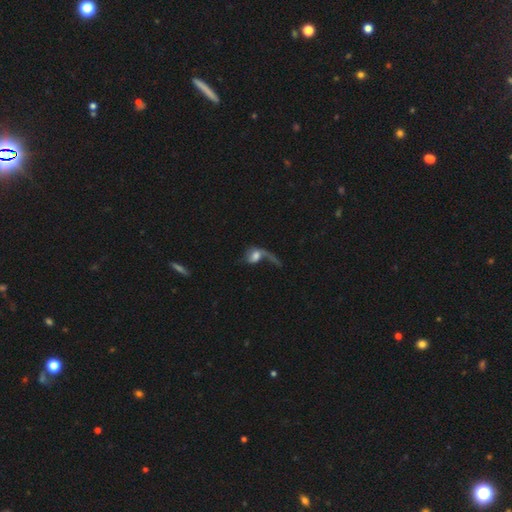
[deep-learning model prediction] Q: Smooth or featured?
A: featured or disk (46%); runner-up: smooth (44%)
Q: Merging?
A: major disturbance (56%); runner-up: none (21%)